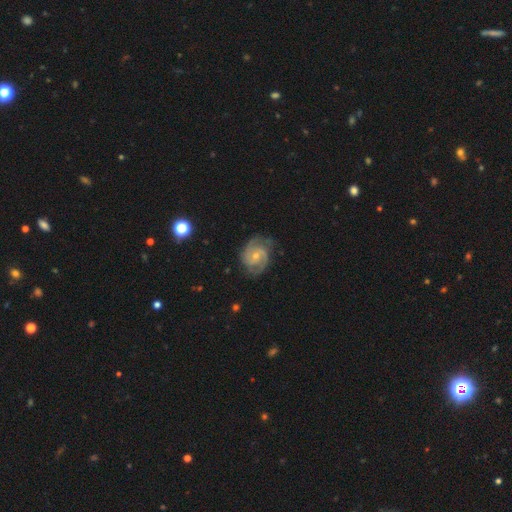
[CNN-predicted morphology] smooth-or-featured: featured or disk: 89% | smooth: 7% | star or artifact: 5%
  disk-edge-on: no: 98% | yes: 2%
    bar: no: 59% | weak: 35% | strong: 7%
    has-spiral-arms: yes: 97% | no: 3%
      spiral-winding: medium: 46% | tight: 45% | loose: 9%
      spiral-arm-count: 2: 76% | 3: 11% | can't tell: 7% | 1: 2% | 4: 2% | more than 4: 2%
    bulge-size: small: 59% | moderate: 37% | none: 2% | large: 1% | dominant: 1%
  merging: none: 74% | minor disturbance: 18% | major disturbance: 6% | merger: 1%